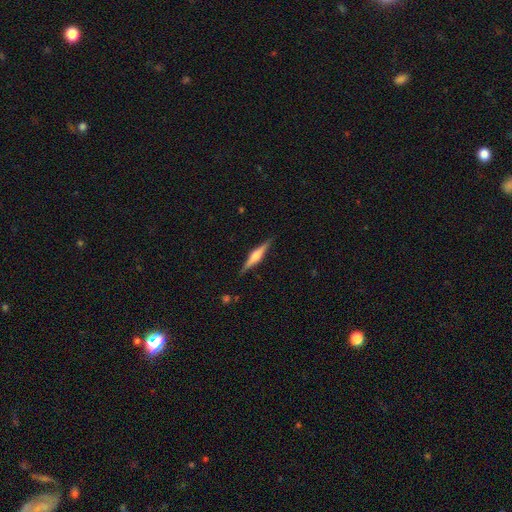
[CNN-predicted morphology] Q: Smooth or featured?
A: featured or disk (68%); runner-up: smooth (26%)
Q: Edge-on disk?
A: yes (98%); runner-up: no (2%)
Q: Edge-on bulge?
A: rounded (78%); runner-up: boxy (17%)
Q: Merging?
A: none (89%); runner-up: minor disturbance (9%)